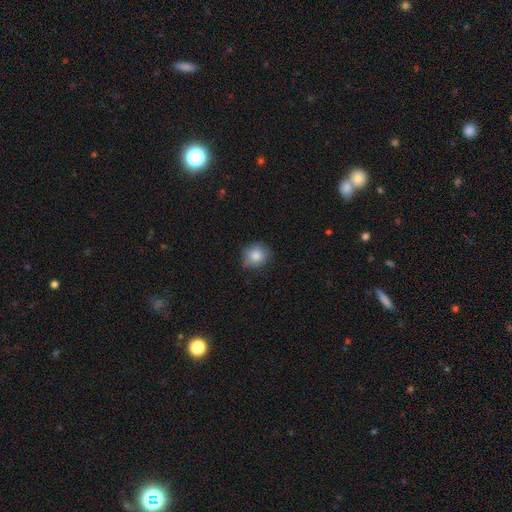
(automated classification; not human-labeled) Smooth or featured? smooth (83%)
How rounded? round (81%)
Merging? none (76%)